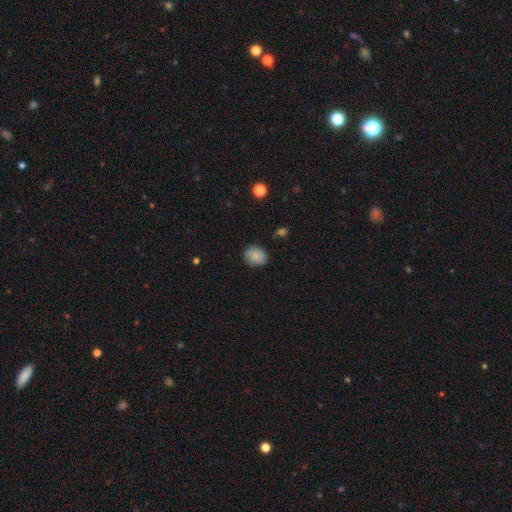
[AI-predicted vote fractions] Smooth or featured? Predicted: smooth (p=0.83). How rounded? Predicted: round (p=0.54). Merging? Predicted: none (p=0.80).